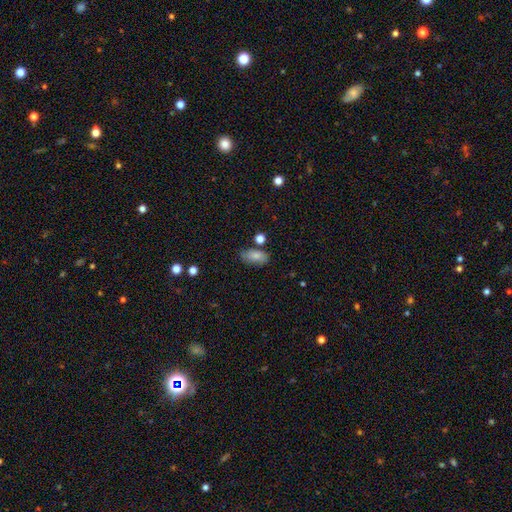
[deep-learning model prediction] Overall: smooth (81%). How rounded: in between (90%). Merging: none (70%).